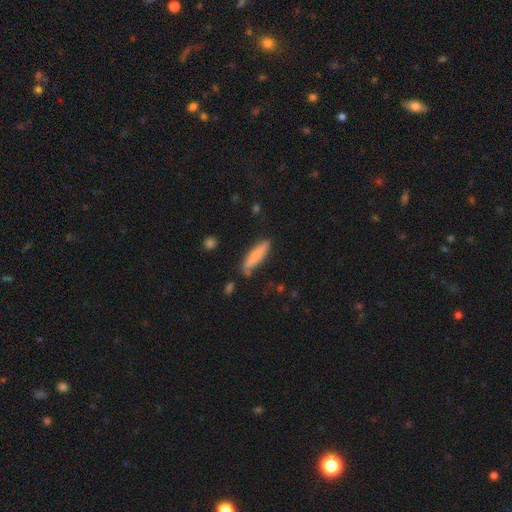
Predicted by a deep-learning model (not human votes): The model was most divided on "how rounded": cigar-shaped: 78%, in between: 20%, round: 2%. More confident: smooth or featured — smooth (80%); merging — none (77%).